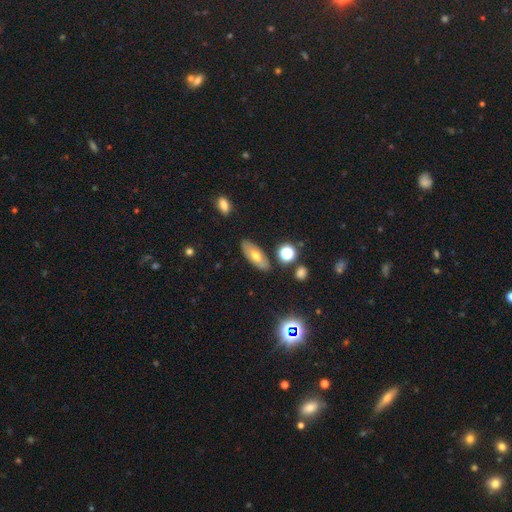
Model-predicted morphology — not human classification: smooth_or_featured: smooth (p=0.56) [alt: featured or disk p=0.35]
how_rounded: in between (p=0.80) [alt: cigar-shaped p=0.16]
merging: none (p=0.82) [alt: minor disturbance p=0.12]